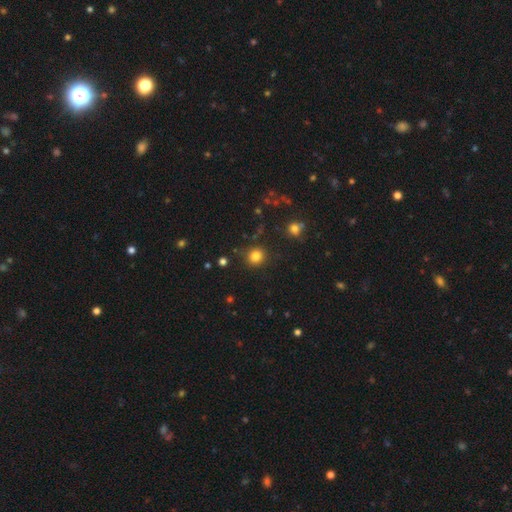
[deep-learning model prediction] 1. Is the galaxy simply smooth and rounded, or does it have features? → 82% smooth, 13% star or artifact, 5% featured or disk.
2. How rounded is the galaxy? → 90% round, 9% in between, 1% cigar-shaped.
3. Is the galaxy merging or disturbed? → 86% none, 8% minor disturbance, 3% major disturbance, 3% merger.